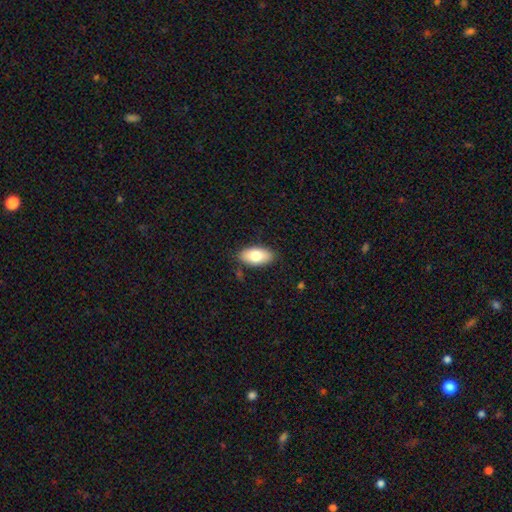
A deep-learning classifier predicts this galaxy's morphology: Overall: smooth (78%). How rounded: in between (93%). Merging: none (86%).